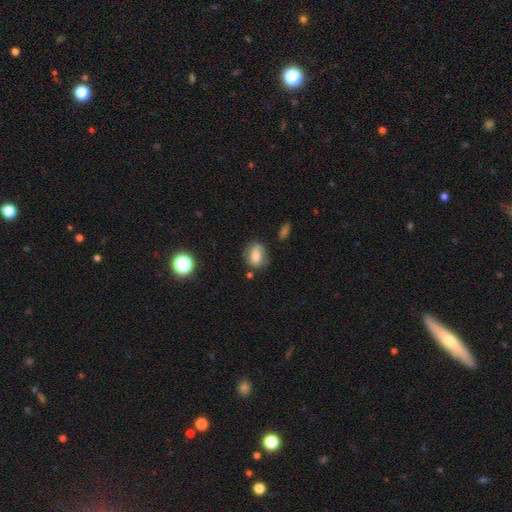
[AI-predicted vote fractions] smooth-or-featured: smooth: 64% | featured or disk: 26% | star or artifact: 10%
  how-rounded: in between: 63% | round: 33% | cigar-shaped: 3%
  merging: none: 67% | minor disturbance: 22% | major disturbance: 6% | merger: 5%